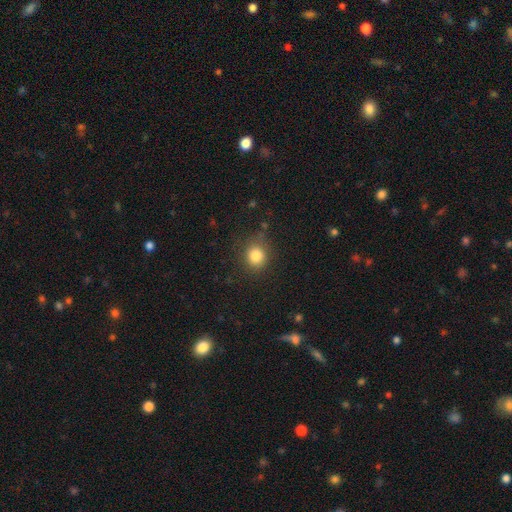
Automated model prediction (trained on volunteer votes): A smooth galaxy with no disk features (83%) that is round (83%).

Vote fractions:
- Smooth or featured? smooth: 83% / star or artifact: 11% / featured or disk: 5%
- How rounded? round: 83% / in between: 16% / cigar-shaped: 1%
- Merging? none: 81% / minor disturbance: 13% / major disturbance: 4% / merger: 2%